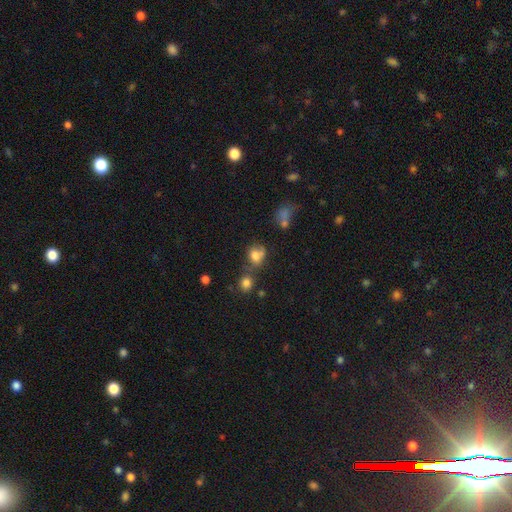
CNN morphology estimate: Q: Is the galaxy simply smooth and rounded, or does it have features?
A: smooth — 73%.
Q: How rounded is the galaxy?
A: round — 59%.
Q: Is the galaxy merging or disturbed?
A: none — 43%.